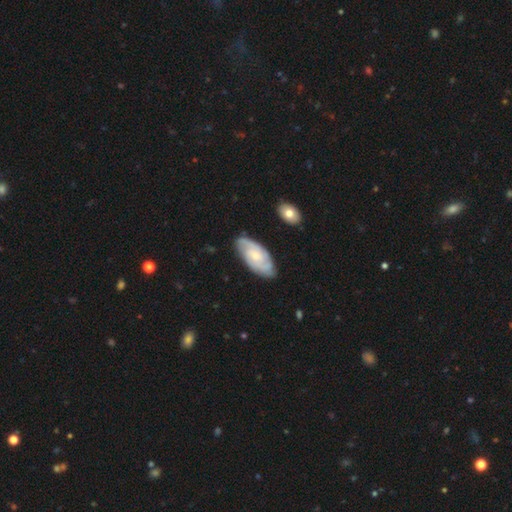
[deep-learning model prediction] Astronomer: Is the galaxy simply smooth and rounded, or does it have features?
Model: featured or disk — 75%.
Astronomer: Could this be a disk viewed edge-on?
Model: no — 94%.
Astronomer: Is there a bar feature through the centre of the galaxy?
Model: no — 67%.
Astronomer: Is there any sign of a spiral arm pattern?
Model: yes — 95%.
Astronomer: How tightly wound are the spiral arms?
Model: tight — 55% (runner-up: medium, 36%).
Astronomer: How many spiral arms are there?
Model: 2 — 47% (runner-up: can't tell, 22%).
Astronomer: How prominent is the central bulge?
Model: small — 61%.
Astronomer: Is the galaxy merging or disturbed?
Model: none — 79%.